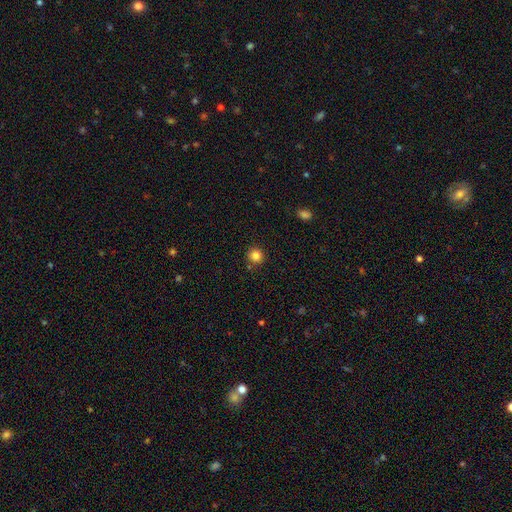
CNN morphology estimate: This is clearly a smooth galaxy (84%). How rounded: clearly round (92%). Merging: clearly none (87%).